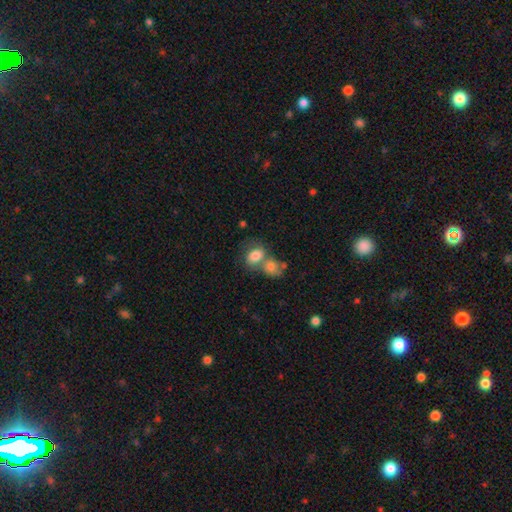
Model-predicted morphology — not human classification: Q: Smooth or featured?
A: smooth (77%); runner-up: featured or disk (15%)
Q: How rounded?
A: in between (70%); runner-up: round (29%)
Q: Merging?
A: merger (55%); runner-up: none (28%)